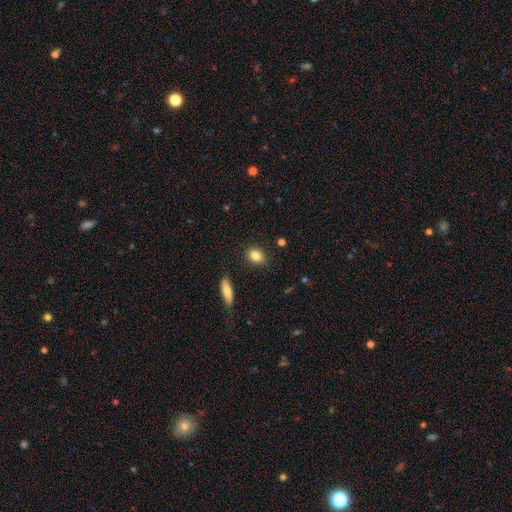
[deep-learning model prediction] A smooth galaxy with no disk features (84%) that is in between round and cigar-shaped (59%).

Vote fractions:
- Smooth or featured? smooth: 84% / star or artifact: 8% / featured or disk: 7%
- How rounded? in between: 59% / round: 38% / cigar-shaped: 3%
- Merging? none: 87% / minor disturbance: 9% / major disturbance: 2% / merger: 2%